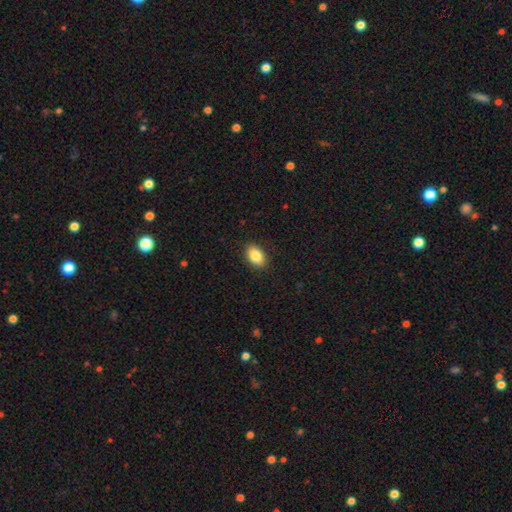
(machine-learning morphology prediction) smooth-or-featured: smooth: 86% | star or artifact: 8% | featured or disk: 6%
  how-rounded: in between: 86% | round: 12% | cigar-shaped: 1%
  merging: none: 89% | minor disturbance: 8% | major disturbance: 2% | merger: 1%